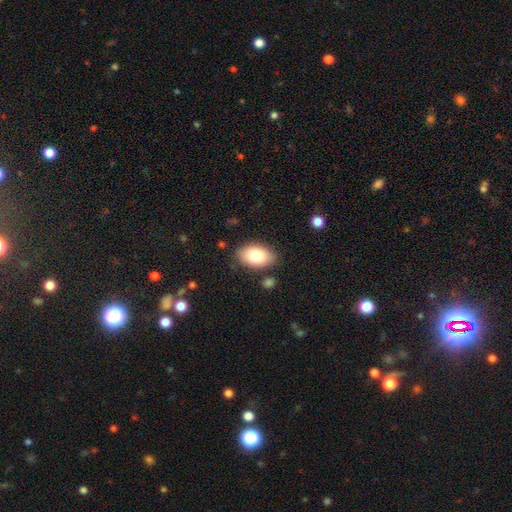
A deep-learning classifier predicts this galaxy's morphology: A smooth galaxy with no disk features (84%) that is in between round and cigar-shaped (93%).

Vote fractions:
- Smooth or featured? smooth: 84% / featured or disk: 10% / star or artifact: 7%
- How rounded? in between: 93% / round: 6% / cigar-shaped: 1%
- Merging? none: 83% / minor disturbance: 12% / major disturbance: 3% / merger: 2%